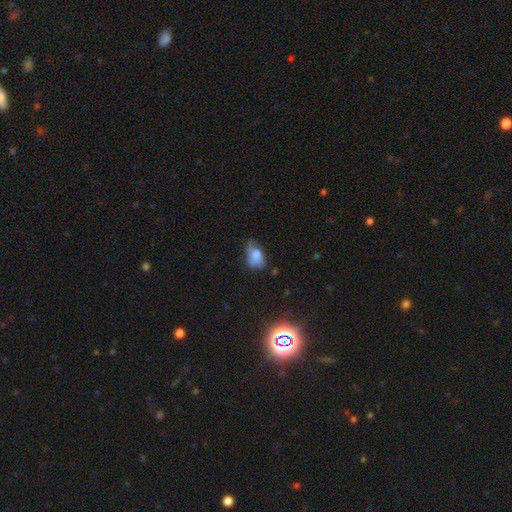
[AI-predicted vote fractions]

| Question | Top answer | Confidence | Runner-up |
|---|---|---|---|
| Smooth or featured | smooth | 66% | featured or disk (22%) |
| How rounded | in between | 85% | round (12%) |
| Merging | minor disturbance | 34% | tied: none (34%) |